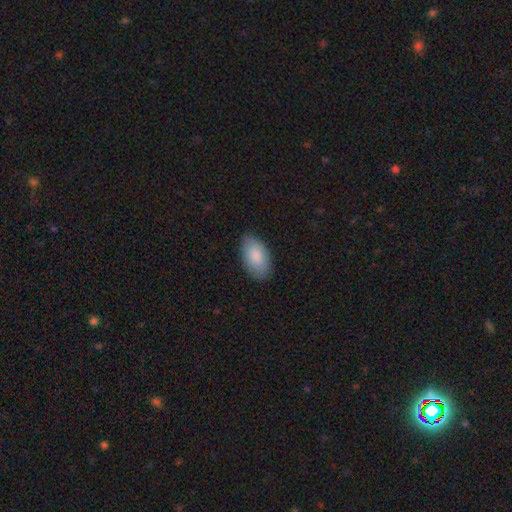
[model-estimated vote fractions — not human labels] smooth 87%, featured or disk 7%, star or artifact 6%. Down the decision tree: how rounded — in between (95%); merging — none (83%).